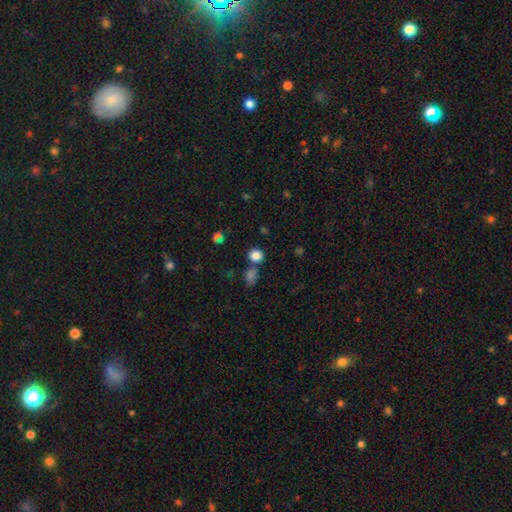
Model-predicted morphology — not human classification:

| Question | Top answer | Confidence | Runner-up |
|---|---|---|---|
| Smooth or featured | smooth | 81% | star or artifact (14%) |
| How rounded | round | 81% | in between (18%) |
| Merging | none | 71% | merger (16%) |